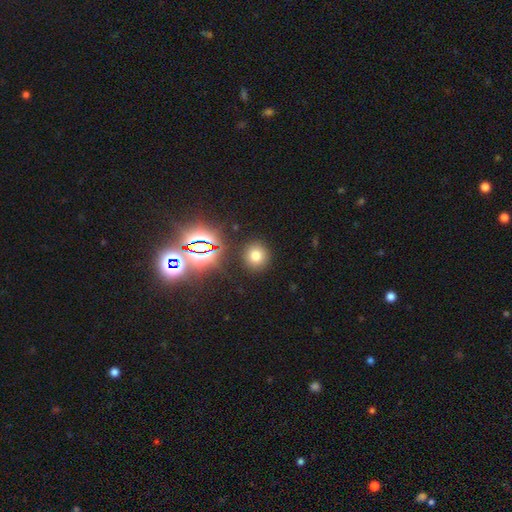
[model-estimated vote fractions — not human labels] Morphology: type=smooth (70%); roundness=round (89%); merging=none (88%).